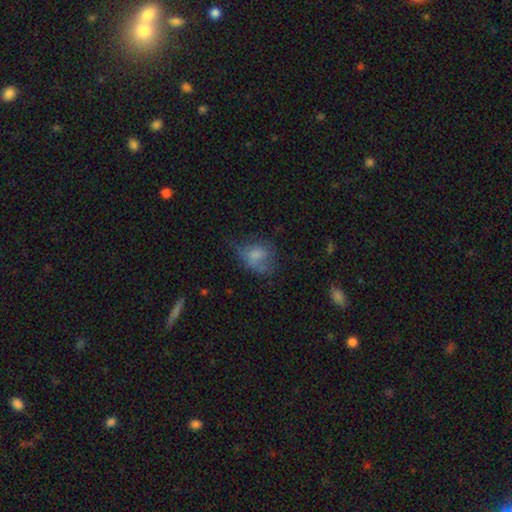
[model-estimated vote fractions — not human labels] smooth-or-featured: smooth: 64% | featured or disk: 24% | star or artifact: 11%
  how-rounded: in between: 59% | round: 39% | cigar-shaped: 1%
  merging: major disturbance: 35% | none: 32% | minor disturbance: 30% | merger: 3%